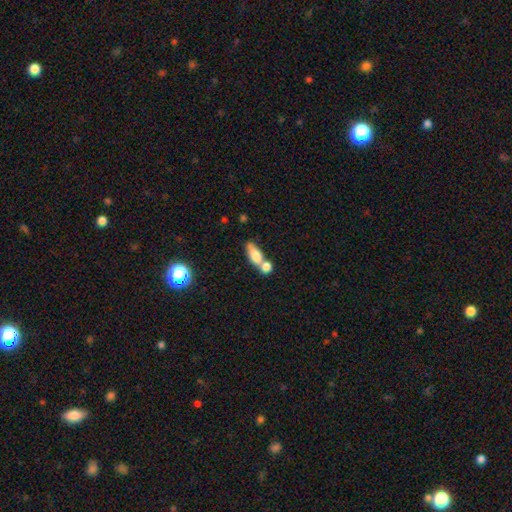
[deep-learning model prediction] Morphology: type=smooth (71%); roundness=in between (70%); merging=merger (54%).